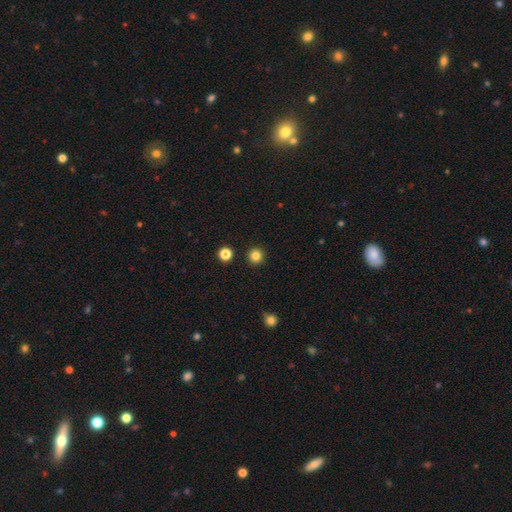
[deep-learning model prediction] Overall: smooth (84%). How rounded: round (96%). Merging: none (93%).